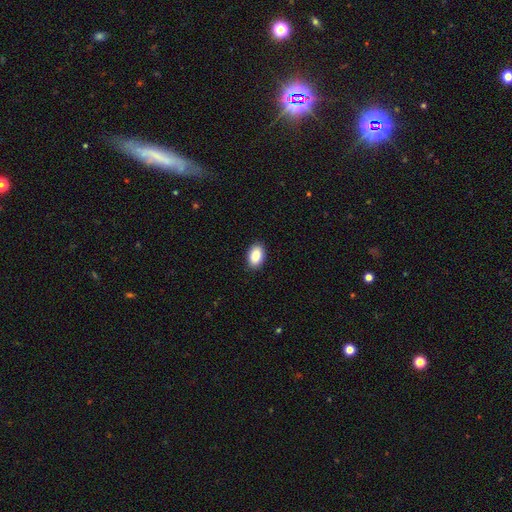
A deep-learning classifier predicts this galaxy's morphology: Smooth or featured? Predicted: smooth (p=0.90). How rounded? Predicted: in between (p=0.90). Merging? Predicted: none (p=0.89).